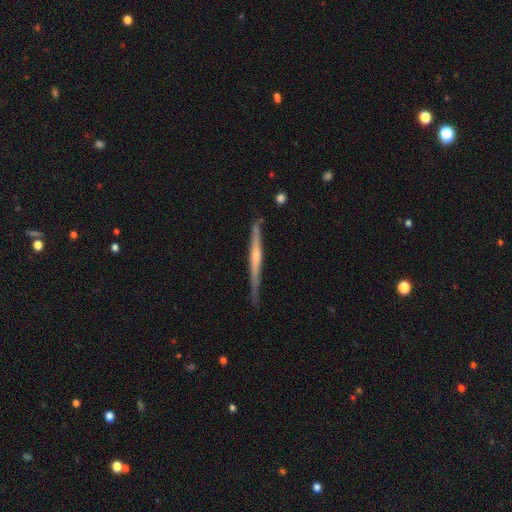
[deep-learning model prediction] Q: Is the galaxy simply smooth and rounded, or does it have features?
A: featured or disk — 67%.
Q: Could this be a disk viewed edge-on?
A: yes — 97%.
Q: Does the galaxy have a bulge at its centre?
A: rounded — 47%.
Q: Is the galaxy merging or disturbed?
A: none — 78%.